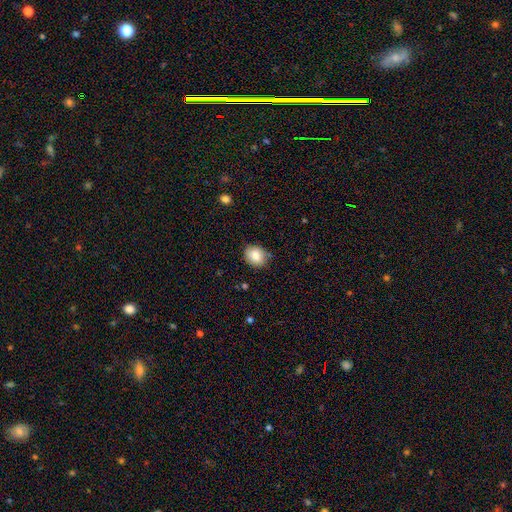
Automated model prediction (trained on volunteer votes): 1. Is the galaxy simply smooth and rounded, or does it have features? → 84% smooth, 8% star or artifact, 8% featured or disk.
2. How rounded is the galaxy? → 53% round, 46% in between, 1% cigar-shaped.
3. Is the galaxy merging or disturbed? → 79% none, 17% minor disturbance, 3% major disturbance, 2% merger.